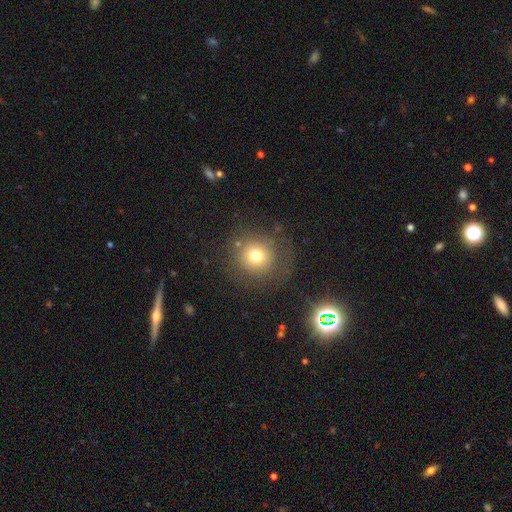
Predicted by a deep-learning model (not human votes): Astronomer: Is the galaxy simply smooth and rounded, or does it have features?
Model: smooth — 72%.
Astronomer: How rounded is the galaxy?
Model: round — 92%.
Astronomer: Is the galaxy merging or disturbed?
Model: none — 75%.